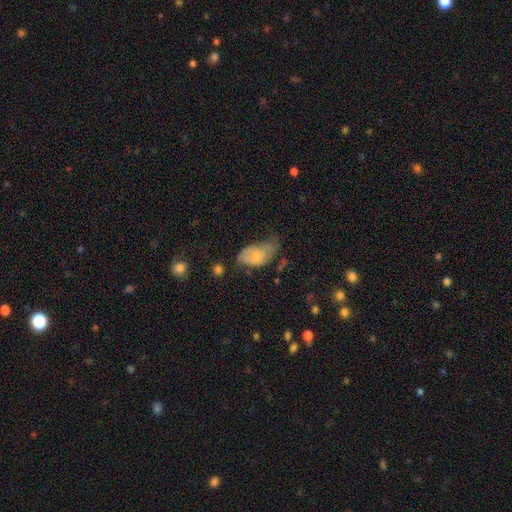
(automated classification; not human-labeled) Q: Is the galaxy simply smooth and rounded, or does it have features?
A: smooth — 66%.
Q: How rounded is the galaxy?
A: in between — 91%.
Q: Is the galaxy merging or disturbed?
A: minor disturbance — 40%.